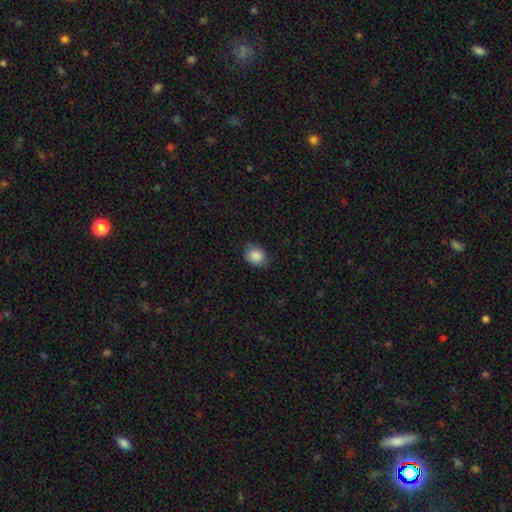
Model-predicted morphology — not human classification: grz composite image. It shows a smooth galaxy with no disk features (87%) that is round (60%). Merging: none (75%).